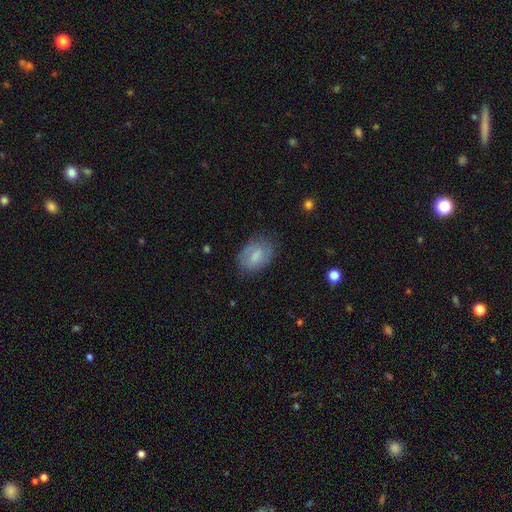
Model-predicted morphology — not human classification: Q: Smooth or featured?
A: smooth (66%); runner-up: featured or disk (26%)
Q: How rounded?
A: in between (84%); runner-up: round (15%)
Q: Merging?
A: none (71%); runner-up: minor disturbance (21%)